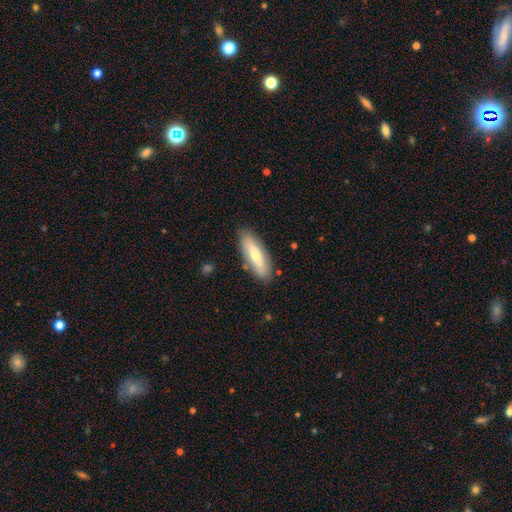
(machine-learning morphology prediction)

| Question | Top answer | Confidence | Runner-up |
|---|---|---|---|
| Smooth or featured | smooth | 54% | featured or disk (40%) |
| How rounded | in between | 52% | cigar-shaped (46%) |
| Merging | none | 86% | minor disturbance (10%) |